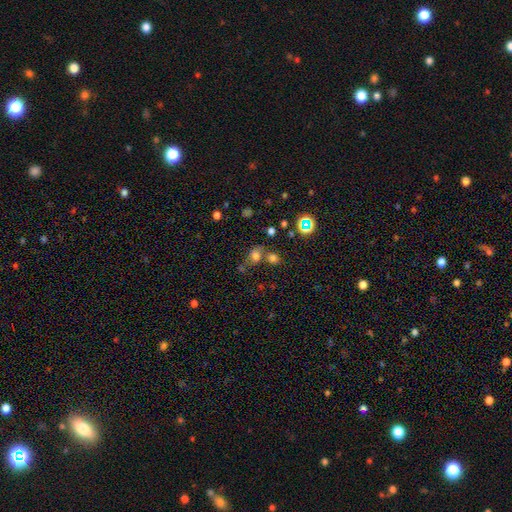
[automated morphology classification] smooth_or_featured: smooth (p=0.68) [alt: star or artifact p=0.20]
how_rounded: in between (p=0.57) [alt: round p=0.40]
merging: none (p=0.50) [alt: merger p=0.30]